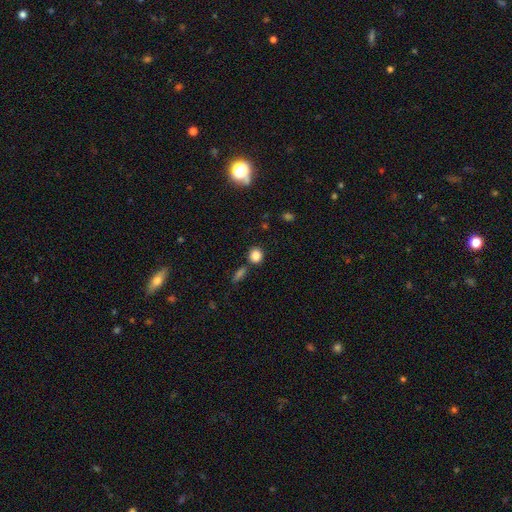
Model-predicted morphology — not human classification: This appears to be a smooth galaxy with no disk features (84%) that is round (81%). Merging: none (76%).